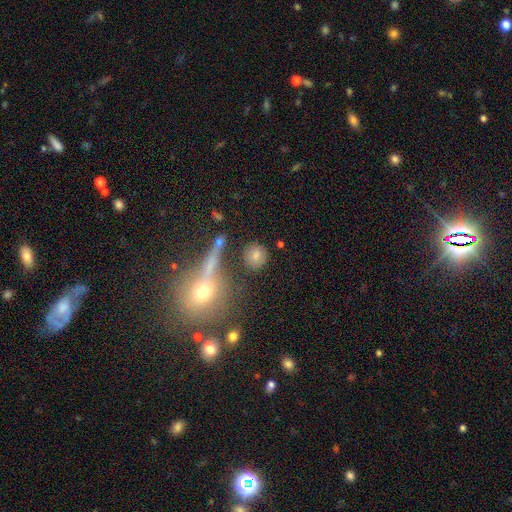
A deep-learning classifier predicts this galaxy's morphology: Smooth or featured?
  - smooth: 77% *
  - featured or disk: 12%
  - star or artifact: 11%
How rounded?
  - round: 87% *
  - in between: 11%
  - cigar-shaped: 3%
Merging?
  - none: 79% *
  - minor disturbance: 10%
  - merger: 7%
  - major disturbance: 4%